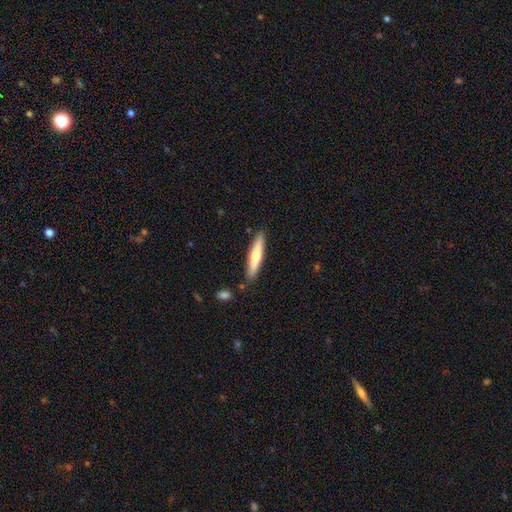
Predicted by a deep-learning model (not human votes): A smooth galaxy with no disk features (58%) that is cigar-shaped (89%).

Vote fractions:
- Smooth or featured? smooth: 58% / featured or disk: 37% / star or artifact: 5%
- How rounded? cigar-shaped: 89% / in between: 10% / round: 1%
- Merging? none: 87% / minor disturbance: 9% / merger: 2% / major disturbance: 2%